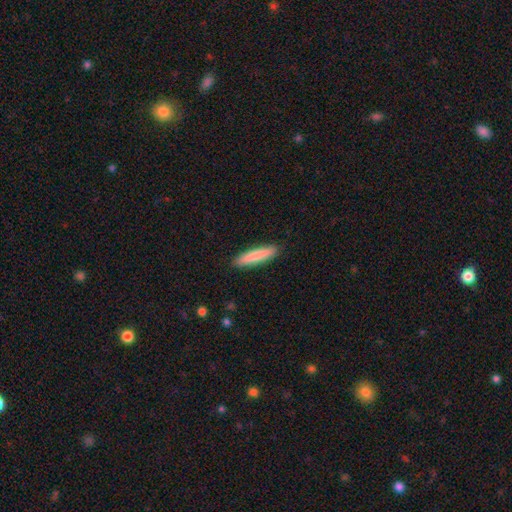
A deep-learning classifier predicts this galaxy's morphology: The model was most divided on "smooth or featured": smooth: 82%, featured or disk: 12%, star or artifact: 6%. More confident: merging — none (91%); how rounded — cigar-shaped (88%).